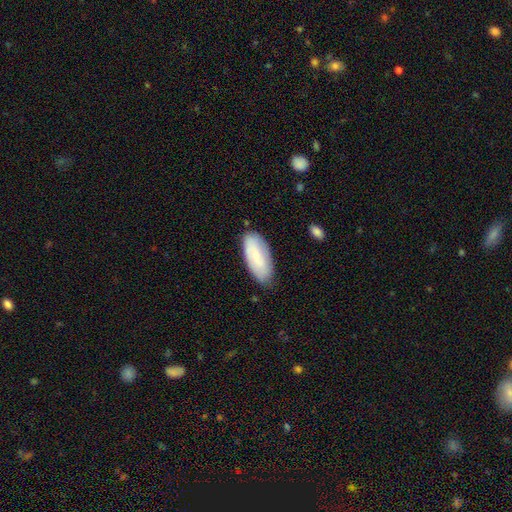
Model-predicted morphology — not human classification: smooth-or-featured: smooth: 72% | featured or disk: 21% | star or artifact: 6%
  how-rounded: in between: 88% | cigar-shaped: 11% | round: 2%
  merging: none: 77% | minor disturbance: 18% | major disturbance: 3% | merger: 1%